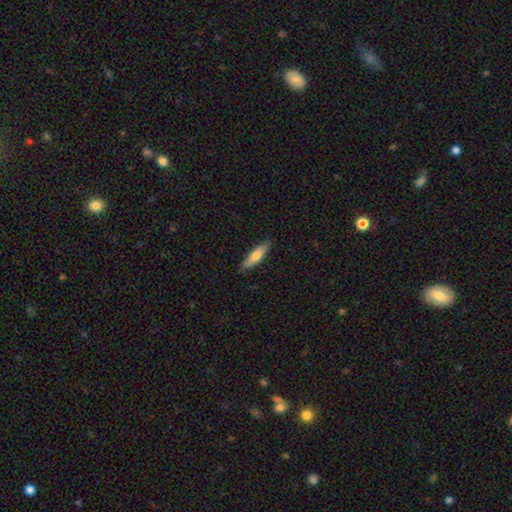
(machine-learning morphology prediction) Smooth or featured?
  - smooth: 68% *
  - featured or disk: 26%
  - star or artifact: 6%
How rounded?
  - cigar-shaped: 69% *
  - in between: 29%
  - round: 2%
Merging?
  - none: 87% *
  - minor disturbance: 10%
  - major disturbance: 2%
  - merger: 1%